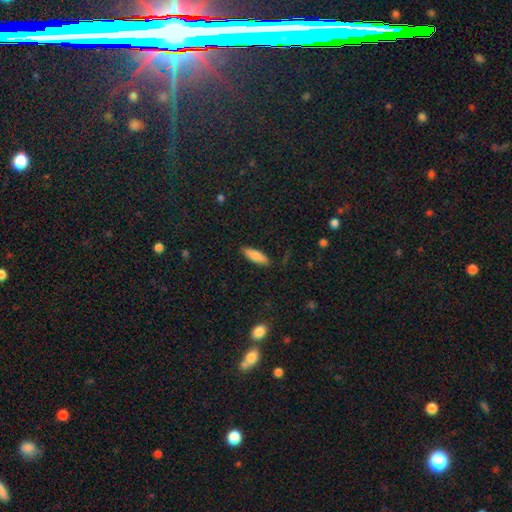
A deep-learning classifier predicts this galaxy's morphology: smooth 82%, featured or disk 12%, star or artifact 6%. Down the decision tree: how rounded — in between (53%); merging — none (86%).